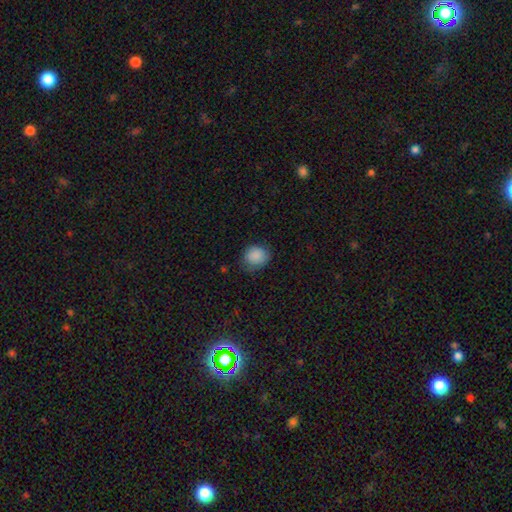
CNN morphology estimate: Smooth or featured?
  - smooth: 87% *
  - star or artifact: 8%
  - featured or disk: 4%
How rounded?
  - round: 75% *
  - in between: 24%
  - cigar-shaped: 1%
Merging?
  - none: 74% *
  - minor disturbance: 21%
  - major disturbance: 5%
  - merger: 1%